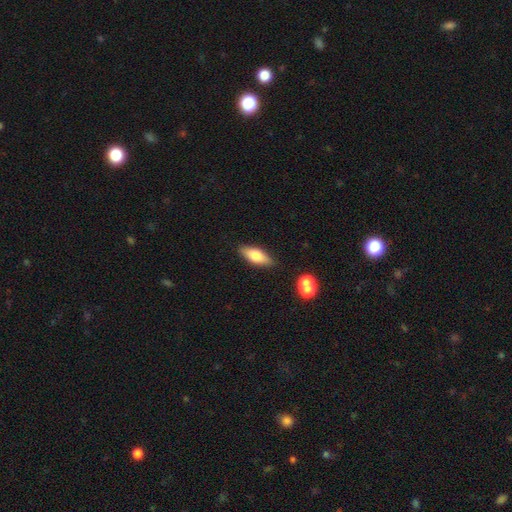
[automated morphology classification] smooth_or_featured: smooth (p=0.71) [alt: featured or disk p=0.22]
how_rounded: in between (p=0.70) [alt: cigar-shaped p=0.27]
merging: none (p=0.85) [alt: minor disturbance p=0.10]